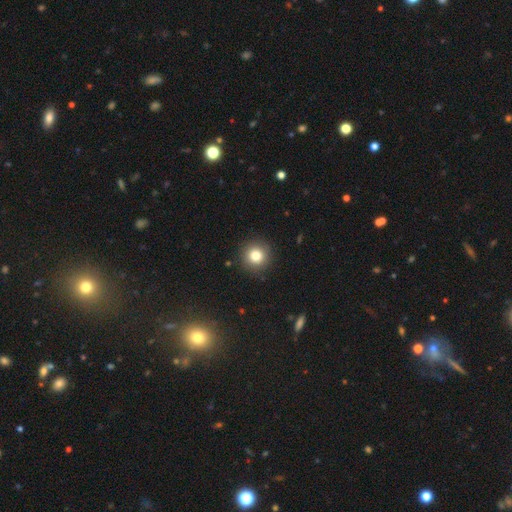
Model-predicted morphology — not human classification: Smooth or featured? smooth (81%)
How rounded? round (94%)
Merging? none (89%)